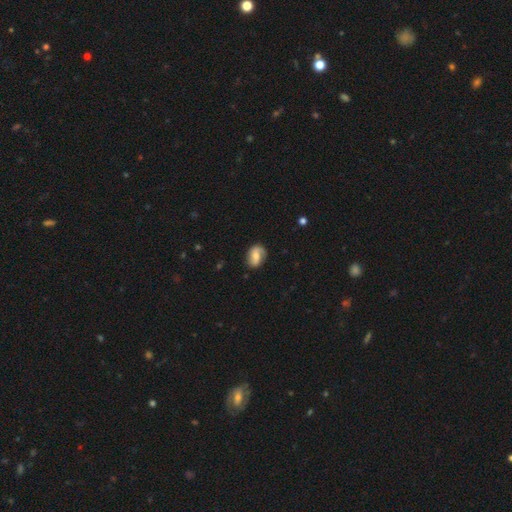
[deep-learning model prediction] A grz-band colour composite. It shows a smooth galaxy with no disk features (46%, tied with featured or disk). Merging: none (72%).